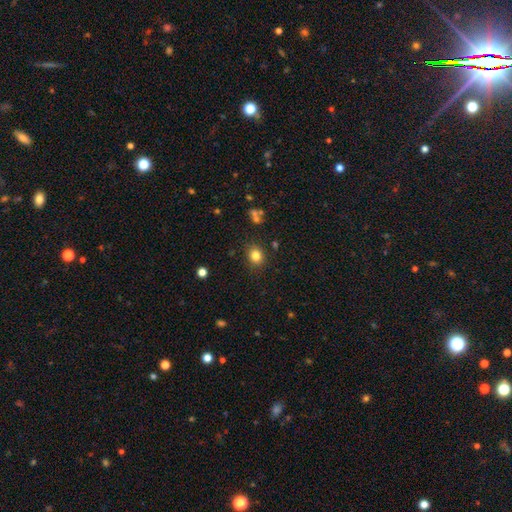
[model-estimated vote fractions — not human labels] Smooth or featured?
  - smooth: 81% *
  - star or artifact: 13%
  - featured or disk: 6%
How rounded?
  - round: 70% *
  - in between: 29%
  - cigar-shaped: 1%
Merging?
  - none: 85% *
  - minor disturbance: 10%
  - major disturbance: 3%
  - merger: 3%